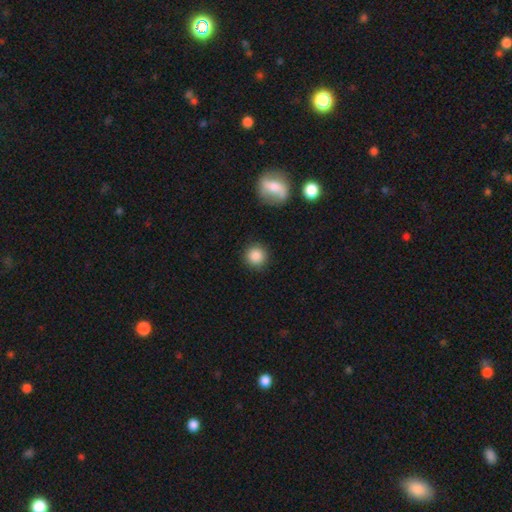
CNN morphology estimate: This appears to be a smooth galaxy with no disk features (86%) that is round (93%). Merging: none (89%).